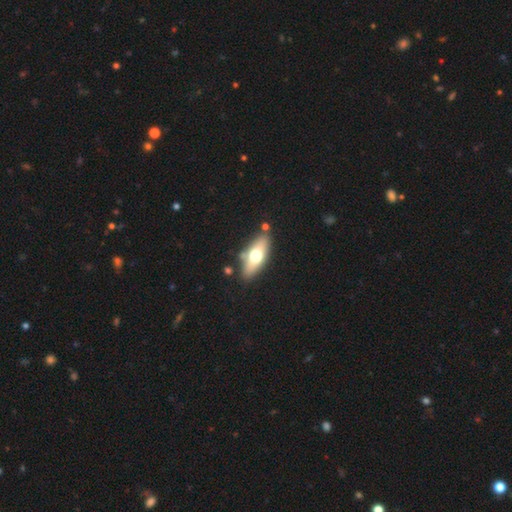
smooth-or-featured: smooth: 54% | featured or disk: 41% | star or artifact: 5%
  how-rounded: in between: 80% | cigar-shaped: 15% | round: 5%
  merging: none: 80% | merger: 11% | minor disturbance: 9% | major disturbance: 0%